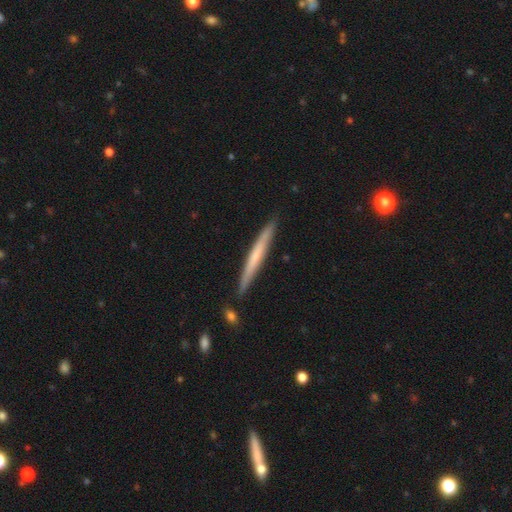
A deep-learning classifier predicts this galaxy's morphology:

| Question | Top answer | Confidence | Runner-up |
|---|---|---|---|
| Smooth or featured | smooth | 49% | featured or disk (45%) |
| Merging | none | 88% | minor disturbance (9%) |